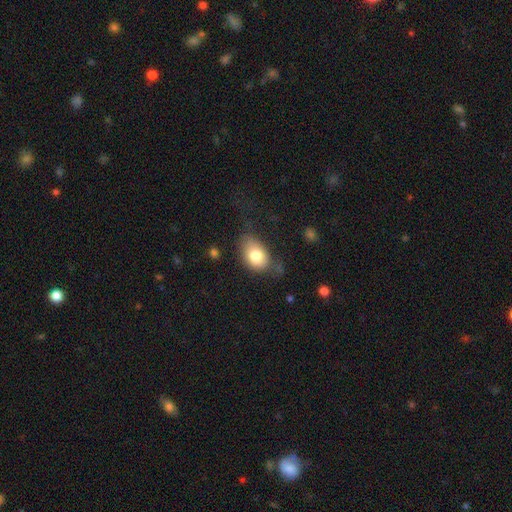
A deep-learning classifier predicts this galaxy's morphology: smooth 78%, featured or disk 14%, star or artifact 8%. Down the decision tree: how rounded — in between (83%); merging — none (55%).